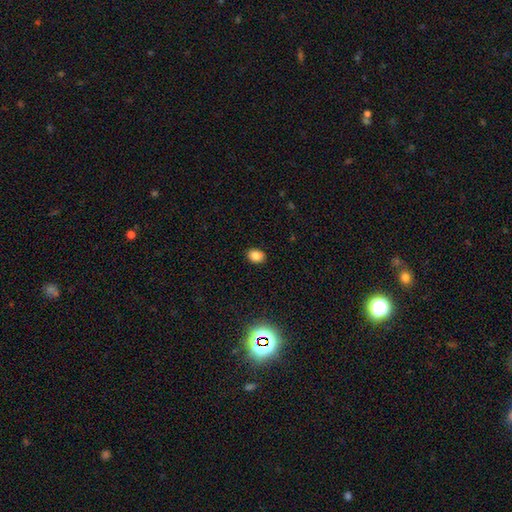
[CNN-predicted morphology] A smooth galaxy with no disk features (84%) that is in between round and cigar-shaped (63%).

Vote fractions:
- Smooth or featured? smooth: 84% / star or artifact: 11% / featured or disk: 5%
- How rounded? in between: 63% / round: 36% / cigar-shaped: 1%
- Merging? none: 89% / minor disturbance: 8% / major disturbance: 2% / merger: 1%